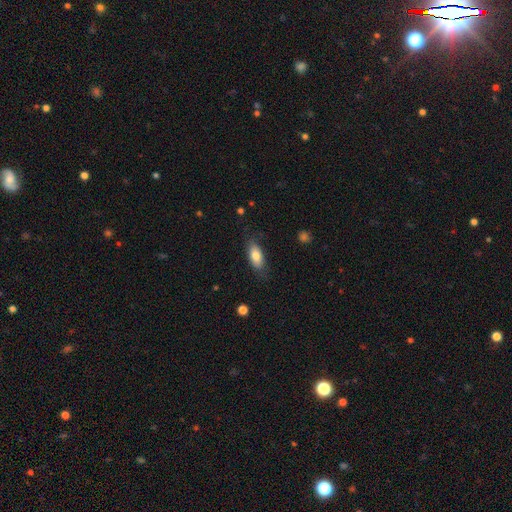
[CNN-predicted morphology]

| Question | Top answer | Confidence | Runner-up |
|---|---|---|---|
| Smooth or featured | smooth | 78% | featured or disk (15%) |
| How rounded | in between | 84% | cigar-shaped (13%) |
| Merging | none | 78% | minor disturbance (16%) |